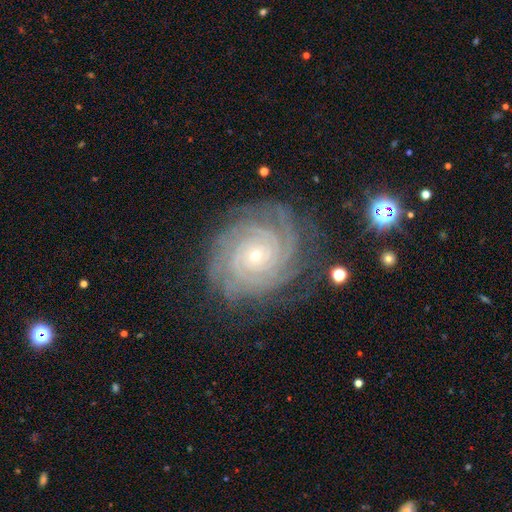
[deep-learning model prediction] smooth-or-featured: featured or disk: 89% | star or artifact: 6% | smooth: 5%
  disk-edge-on: no: 98% | yes: 2%
    bar: no: 81% | weak: 14% | strong: 5%
    has-spiral-arms: yes: 98% | no: 2%
      spiral-winding: tight: 86% | medium: 13% | loose: 2%
      spiral-arm-count: 4: 28% | can't tell: 19% | 3: 18% | more than 4: 16% | 2: 12% | 1: 7%
    bulge-size: small: 82% | moderate: 15% | large: 1% | none: 1% | dominant: 1%
  merging: none: 79% | minor disturbance: 14% | major disturbance: 5% | merger: 1%